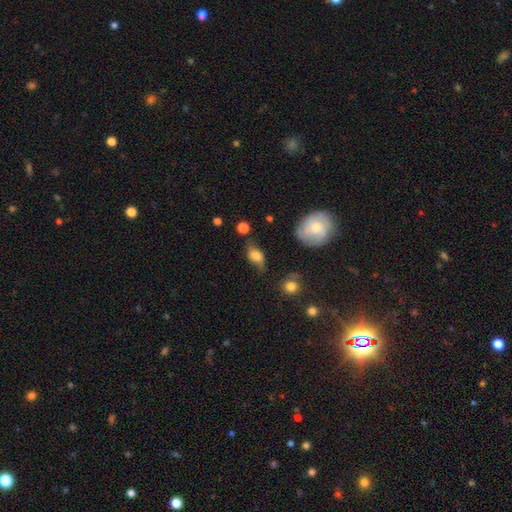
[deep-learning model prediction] Overall: smooth (71%). How rounded: in between (84%). Merging: none (51%; minor disturbance 31%).